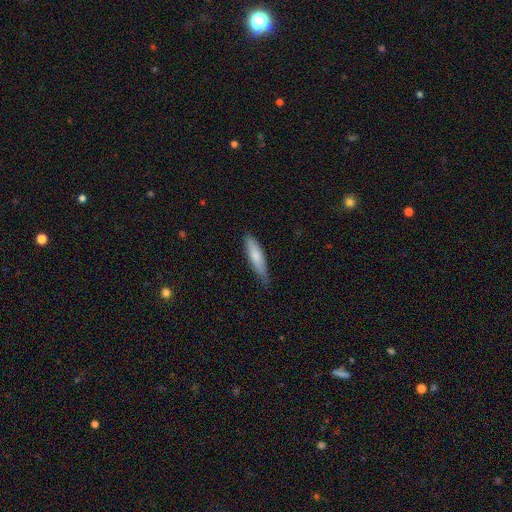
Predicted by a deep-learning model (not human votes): A smooth galaxy with no disk features (77%) that is cigar-shaped (72%).

Vote fractions:
- Smooth or featured? smooth: 77% / featured or disk: 18% / star or artifact: 5%
- How rounded? cigar-shaped: 72% / in between: 27% / round: 1%
- Merging? none: 71% / minor disturbance: 25% / major disturbance: 3% / merger: 1%